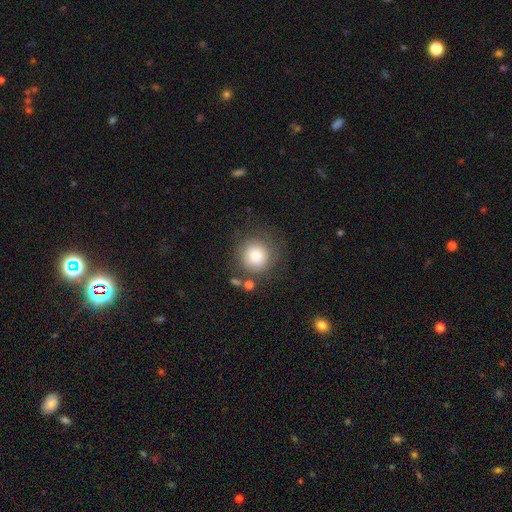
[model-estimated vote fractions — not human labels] smooth_or_featured: smooth (p=0.80) [alt: featured or disk p=0.10]
how_rounded: round (p=0.94) [alt: in between p=0.05]
merging: none (p=0.75) [alt: minor disturbance p=0.13]